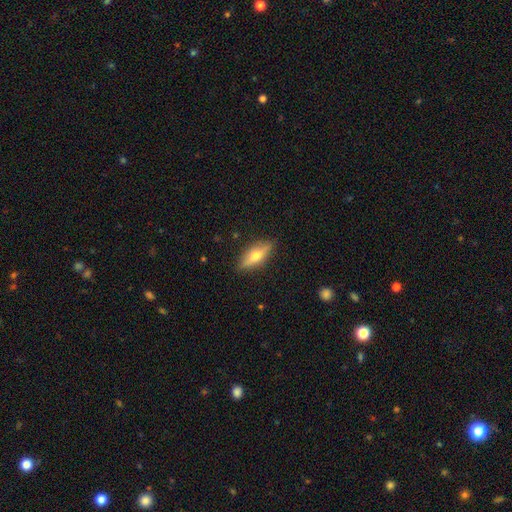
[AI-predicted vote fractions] Q: Smooth or featured?
A: featured or disk (51%); runner-up: smooth (43%)
Q: Edge-on disk?
A: yes (88%); runner-up: no (12%)
Q: Merging?
A: none (86%); runner-up: minor disturbance (10%)